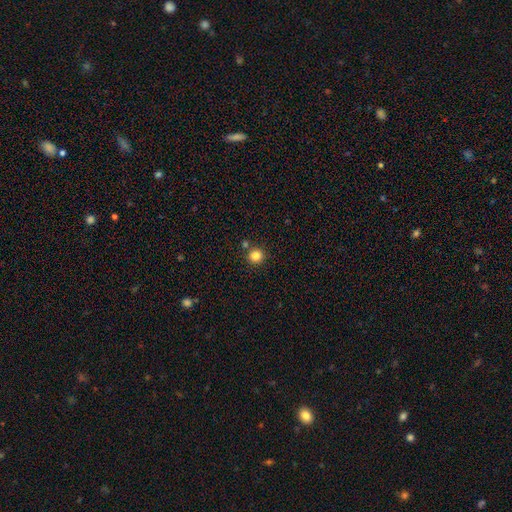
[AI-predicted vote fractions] smooth 84%, star or artifact 12%, featured or disk 5%. Down the decision tree: how rounded — round (94%); merging — none (83%).